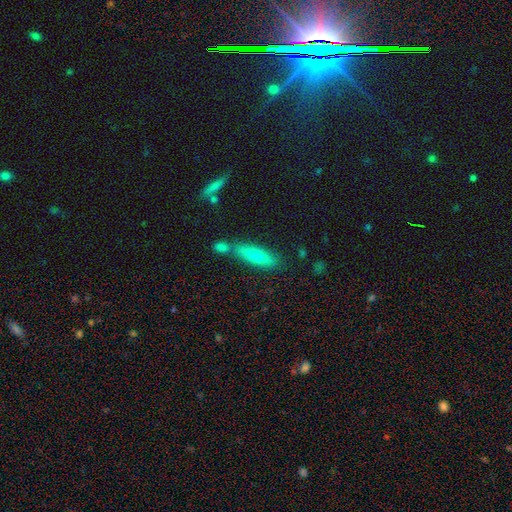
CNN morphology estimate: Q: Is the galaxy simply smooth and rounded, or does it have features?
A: smooth — 69%.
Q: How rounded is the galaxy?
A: cigar-shaped — 63%.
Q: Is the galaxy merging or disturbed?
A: none — 63%.